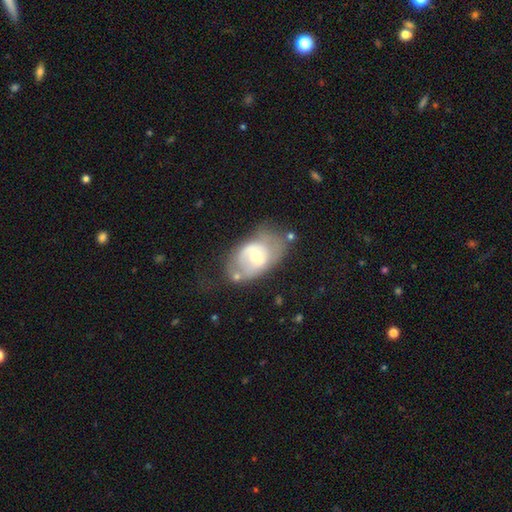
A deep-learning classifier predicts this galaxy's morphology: Smooth or featured?
  - featured or disk: 57% *
  - smooth: 36%
  - star or artifact: 7%
Edge-on disk?
  - no: 94% *
  - yes: 6%
Bar?
  - no: 58% *
  - weak: 33%
  - strong: 9%
Spiral arms?
  - no: 50% * (tied)
  - yes: 50% * (tied)
Bulge size?
  - moderate: 60% *
  - small: 31%
  - large: 7%
  - none: 1%
  - dominant: 1%
Merging?
  - none: 40% *
  - minor disturbance: 28%
  - major disturbance: 21%
  - merger: 11%